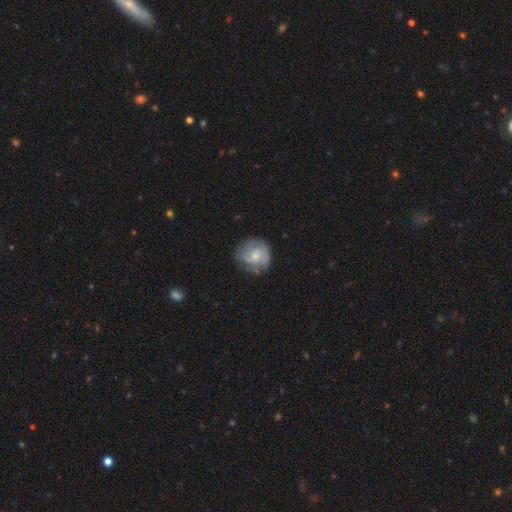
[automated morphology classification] featured or disk 47%, smooth 46%, star or artifact 7%. Down the decision tree: merging — none (62%).